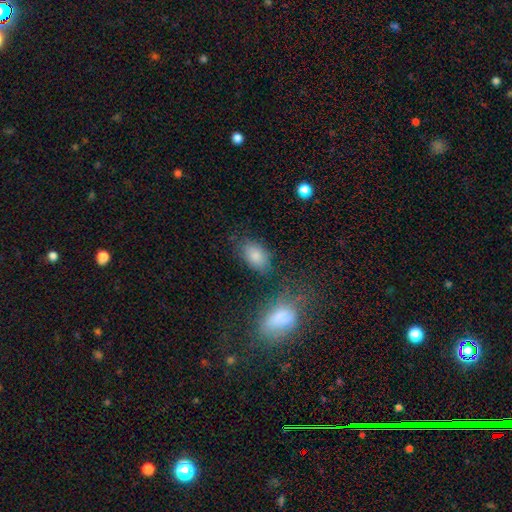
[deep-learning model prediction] Smooth or featured? smooth (83%)
How rounded? in between (89%)
Merging? none (71%)